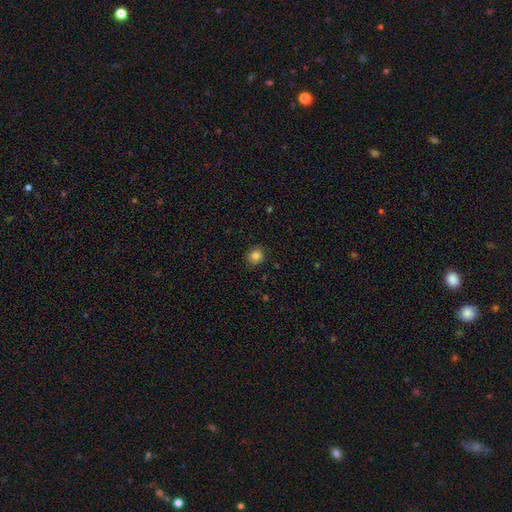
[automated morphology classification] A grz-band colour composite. It shows a smooth galaxy with no disk features (83%) that is round (81%). Merging: none (88%).